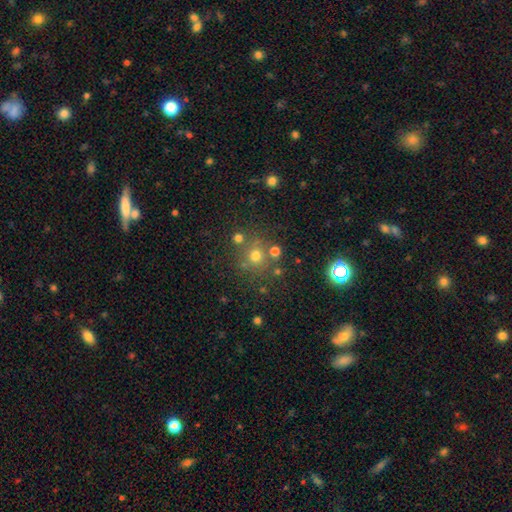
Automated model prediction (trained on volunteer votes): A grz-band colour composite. It shows a smooth galaxy with no disk features (66%) that is round (90%). Merging: none (74%).